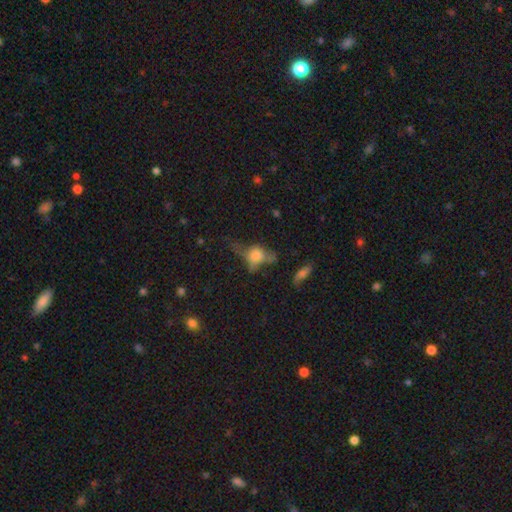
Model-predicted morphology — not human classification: Overall: smooth (54%; featured or disk 31%). How rounded: in between (63%; round 30%). Merging: major disturbance (39%; none 29%).